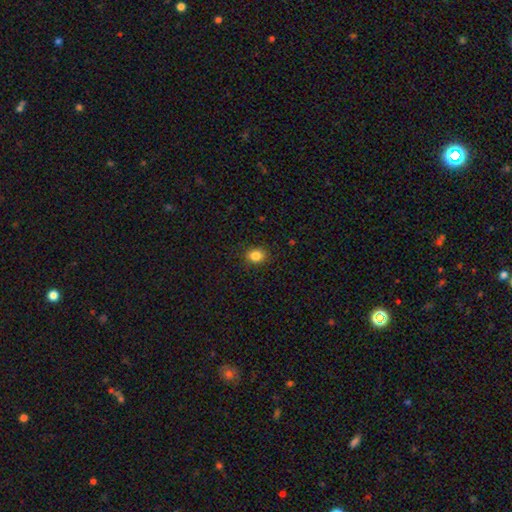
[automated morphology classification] smooth_or_featured: smooth (p=0.84) [alt: star or artifact p=0.11]
how_rounded: round (p=0.53) [alt: in between p=0.46]
merging: none (p=0.87) [alt: minor disturbance p=0.09]